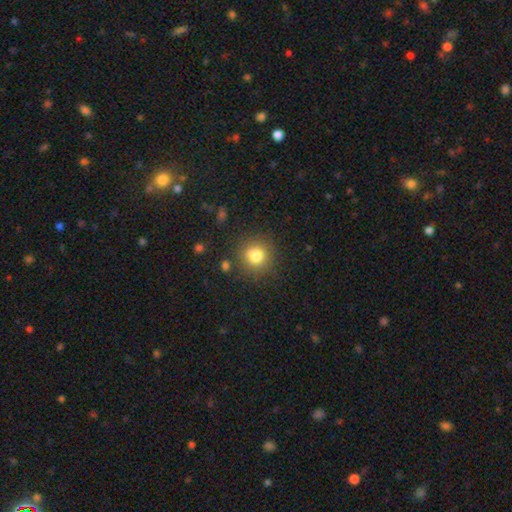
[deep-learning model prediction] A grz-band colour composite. It shows a smooth galaxy with no disk features (81%) that is round (90%). Merging: none (83%).